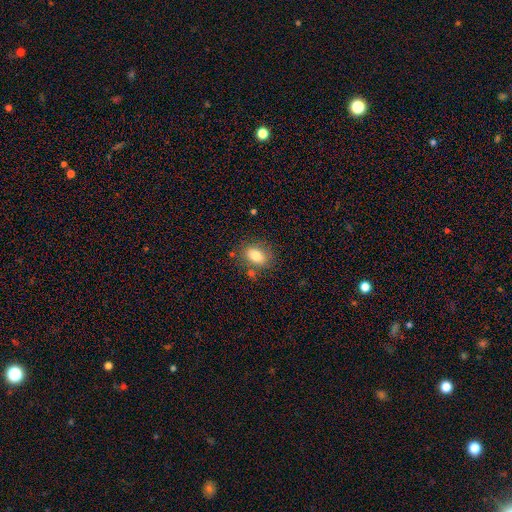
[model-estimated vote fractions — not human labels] Smooth or featured: smooth — 80% (featured or disk — 11%)
How rounded: in between — 81% (round — 17%)
Merging: none — 75% (minor disturbance — 14%)